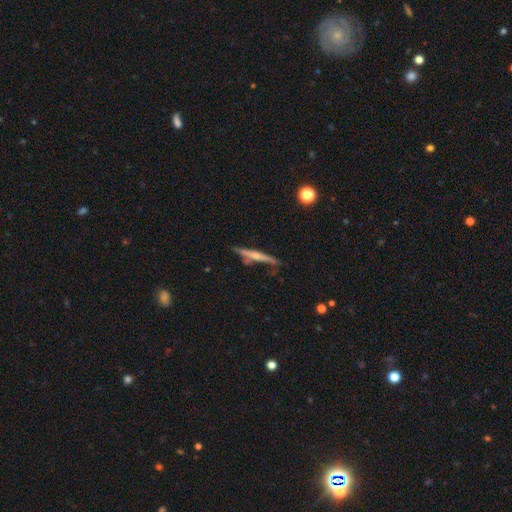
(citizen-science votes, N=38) Overall: featured or disk (68%). Edge-on disk: yes (100%). Edge-on bulge: rounded (88%). Merging: none (86%).